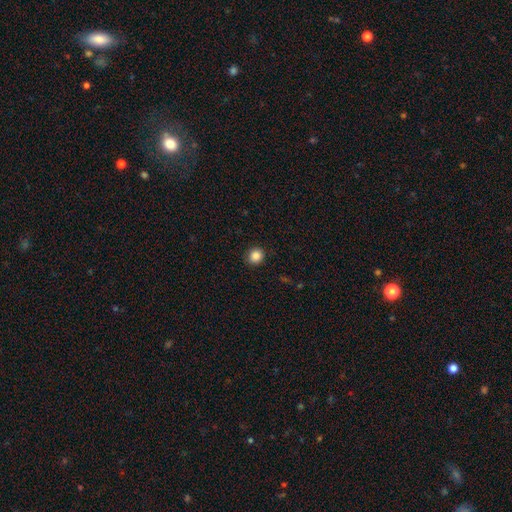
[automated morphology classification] type=smooth (86%); roundness=round (85%); merging=none (90%).